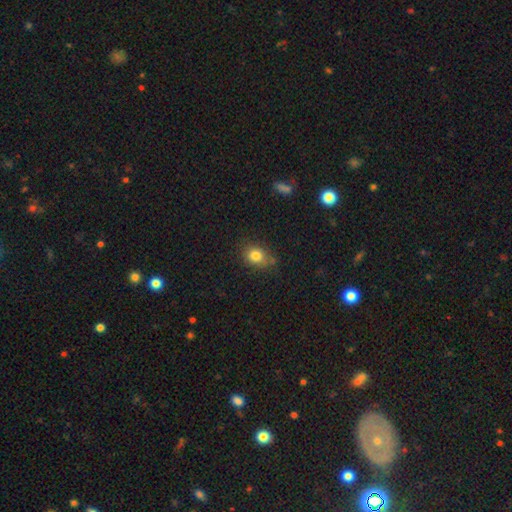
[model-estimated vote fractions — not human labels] Smooth or featured?
  - smooth: 81% *
  - star or artifact: 11%
  - featured or disk: 7%
How rounded?
  - round: 50% *
  - in between: 49%
  - cigar-shaped: 1%
Merging?
  - none: 71% *
  - minor disturbance: 21%
  - major disturbance: 5%
  - merger: 4%